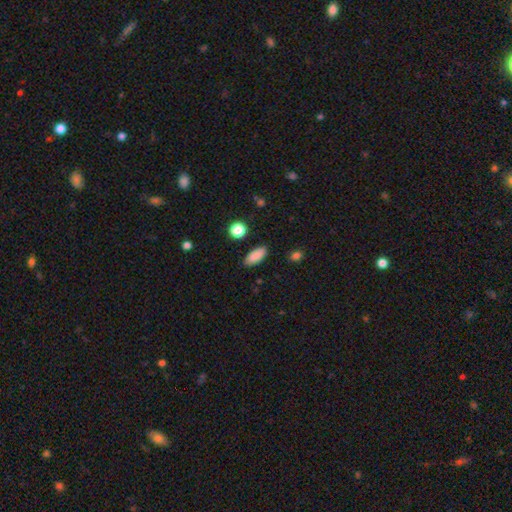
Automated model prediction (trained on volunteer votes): Smooth or featured? smooth (88%)
How rounded? in between (80%)
Merging? none (88%)